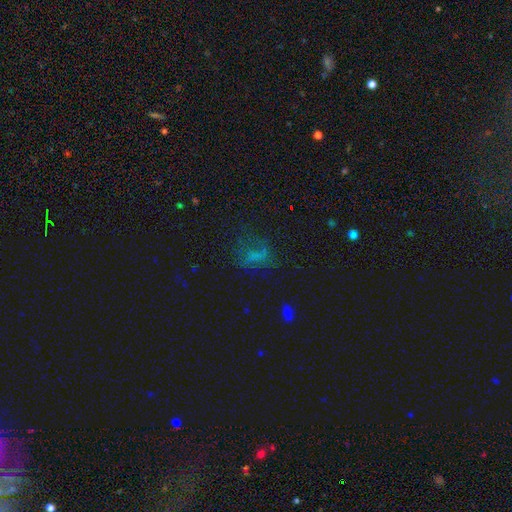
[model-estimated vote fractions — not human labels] Smooth or featured? smooth (46%)
Merging? none (47%)